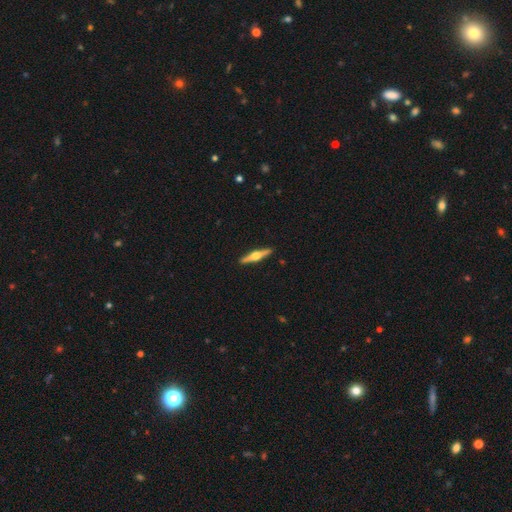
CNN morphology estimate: smooth-or-featured: featured or disk: 73% | smooth: 22% | star or artifact: 5%
  disk-edge-on: yes: 98% | no: 2%
    edge-on-bulge: rounded: 94% | boxy: 4% | none: 2%
  merging: none: 92% | minor disturbance: 6% | major disturbance: 1% | merger: 1%